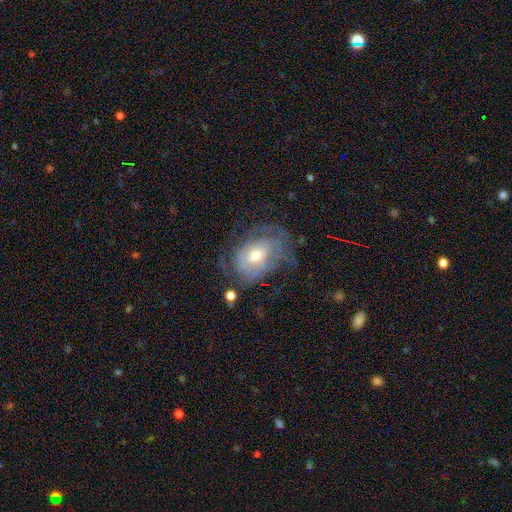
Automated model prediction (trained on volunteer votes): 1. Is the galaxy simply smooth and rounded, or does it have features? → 64% featured or disk, 28% smooth, 8% star or artifact.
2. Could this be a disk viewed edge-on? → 96% no, 4% yes.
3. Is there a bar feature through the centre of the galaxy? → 71% no, 25% weak, 5% strong.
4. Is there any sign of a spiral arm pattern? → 70% yes, 30% no.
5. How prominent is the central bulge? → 65% moderate, 22% small, 10% large, 1% none, 1% dominant.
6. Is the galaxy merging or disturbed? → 50% none, 25% minor disturbance, 23% major disturbance, 2% merger.